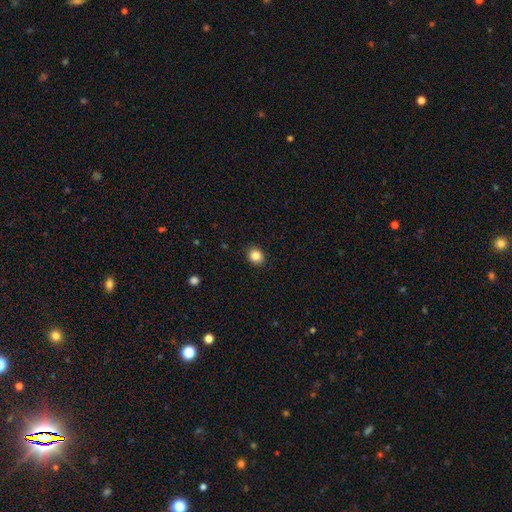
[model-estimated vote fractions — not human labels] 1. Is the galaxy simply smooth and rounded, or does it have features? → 85% smooth, 10% star or artifact, 5% featured or disk.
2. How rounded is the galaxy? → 77% round, 23% in between, 1% cigar-shaped.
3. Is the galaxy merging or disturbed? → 91% none, 6% minor disturbance, 2% major disturbance, 1% merger.